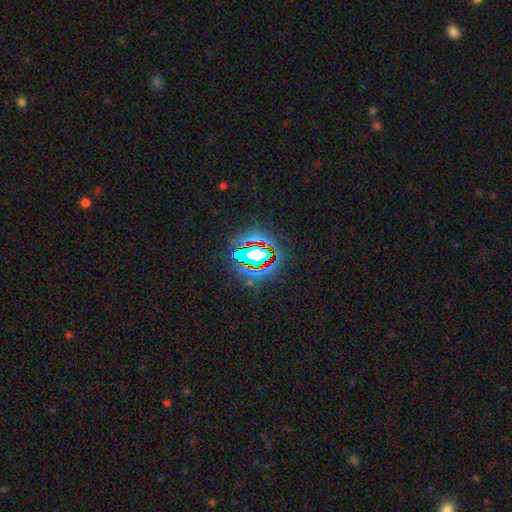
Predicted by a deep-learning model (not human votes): smooth-or-featured: star or artifact: 65% | smooth: 20% | featured or disk: 16%